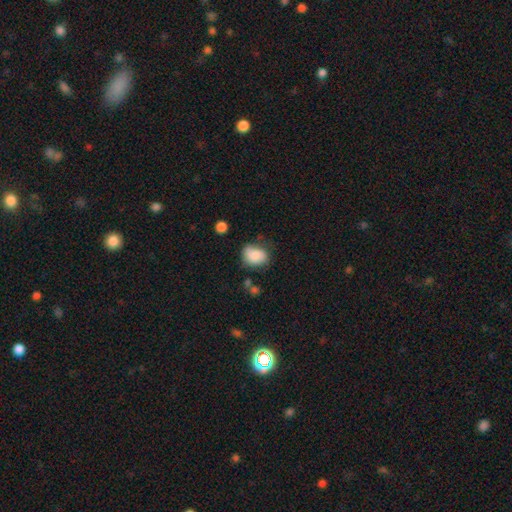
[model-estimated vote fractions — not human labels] A smooth galaxy with no disk features (81%) that is in between round and cigar-shaped (61%). Merging: none (53%).